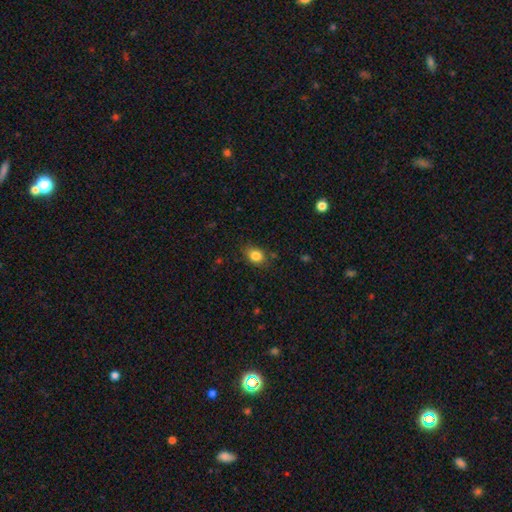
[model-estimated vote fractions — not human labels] Smooth or featured: smooth — 84% (star or artifact — 10%)
How rounded: in between — 52% (round — 47%)
Merging: none — 79% (minor disturbance — 16%)